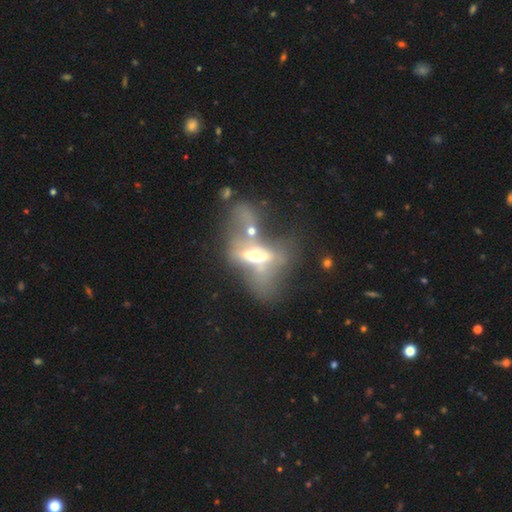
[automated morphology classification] Smooth or featured? featured or disk (57%)
Edge-on disk? no (68%)
Merging? merger (43%)